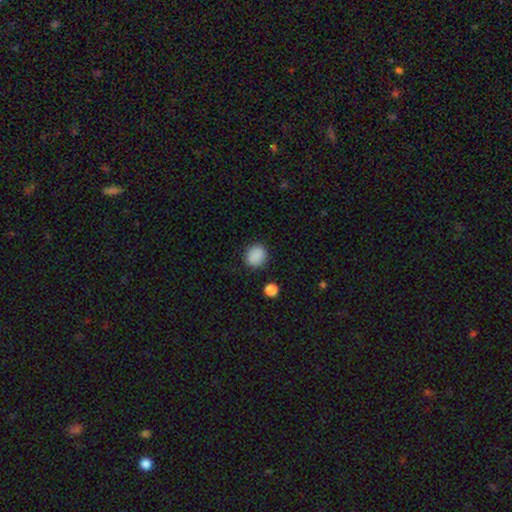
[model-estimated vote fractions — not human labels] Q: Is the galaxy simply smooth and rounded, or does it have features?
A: smooth — 88%.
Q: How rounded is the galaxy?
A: round — 80%.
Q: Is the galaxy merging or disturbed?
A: none — 88%.